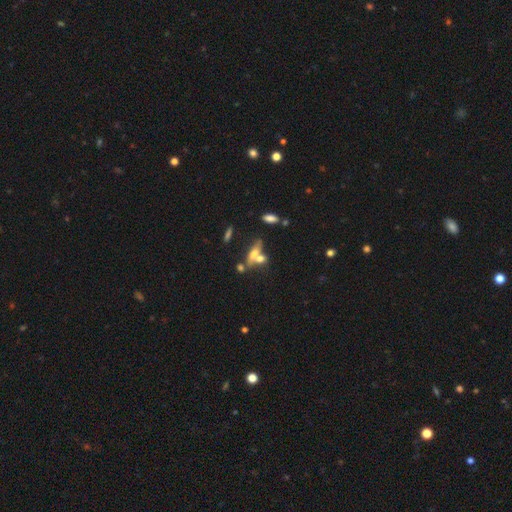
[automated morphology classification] Smooth or featured: smooth — 48% (featured or disk — 36%)
Merging: merger — 42% (none — 40%)